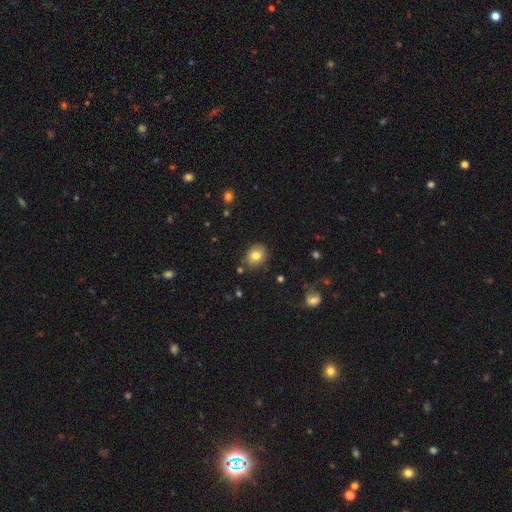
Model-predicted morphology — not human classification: Smooth or featured? Predicted: smooth (p=0.79). How rounded? Predicted: round (p=0.57). Merging? Predicted: none (p=0.81).